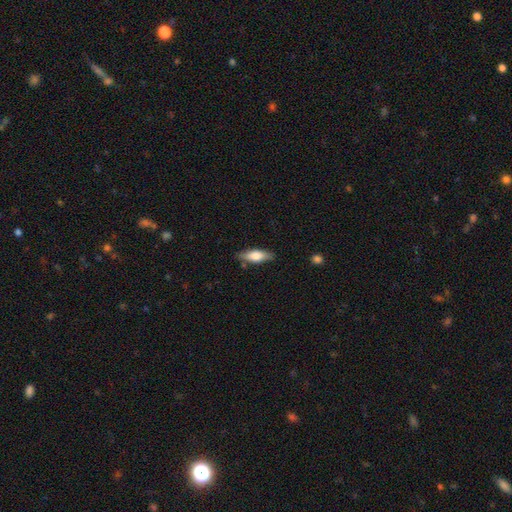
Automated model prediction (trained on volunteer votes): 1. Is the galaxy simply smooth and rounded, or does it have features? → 65% smooth, 28% featured or disk, 6% star or artifact.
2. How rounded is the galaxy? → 55% in between, 42% cigar-shaped, 2% round.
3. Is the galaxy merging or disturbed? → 81% none, 14% minor disturbance, 3% major disturbance, 2% merger.